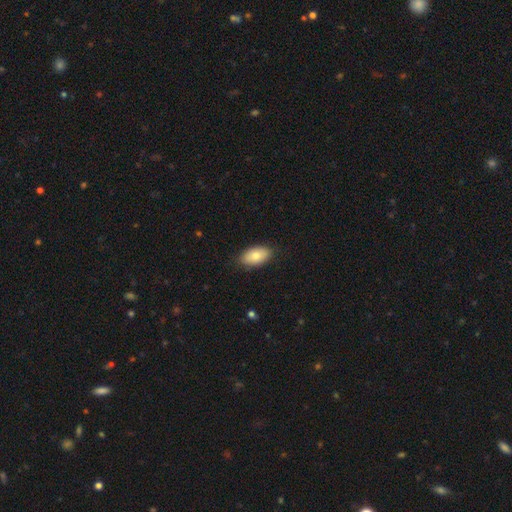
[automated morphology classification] Smooth or featured?
  - smooth: 79% *
  - featured or disk: 14%
  - star or artifact: 7%
How rounded?
  - in between: 93% *
  - round: 4%
  - cigar-shaped: 2%
Merging?
  - none: 85% *
  - minor disturbance: 12%
  - major disturbance: 2%
  - merger: 1%